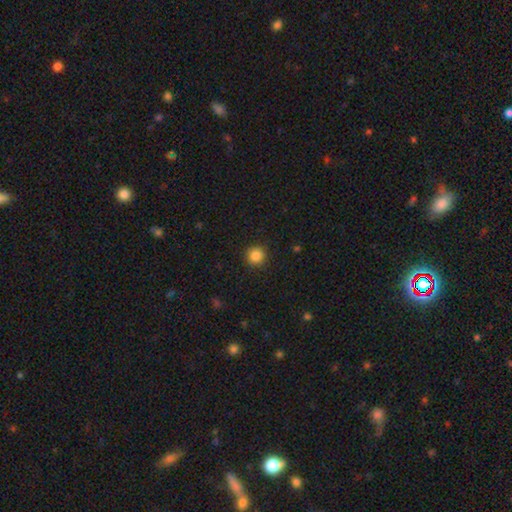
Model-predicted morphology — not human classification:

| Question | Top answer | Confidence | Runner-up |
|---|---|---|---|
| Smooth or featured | smooth | 86% | star or artifact (11%) |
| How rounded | round | 93% | in between (6%) |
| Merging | none | 91% | minor disturbance (6%) |